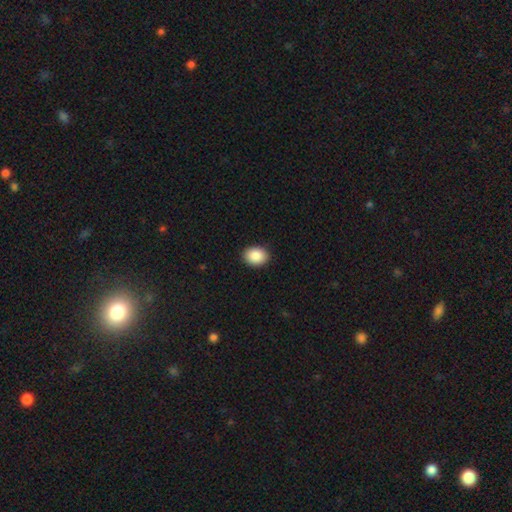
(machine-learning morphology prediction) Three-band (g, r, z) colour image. It shows a smooth galaxy with no disk features (89%) that is in between round and cigar-shaped (61%). Merging: none (90%).